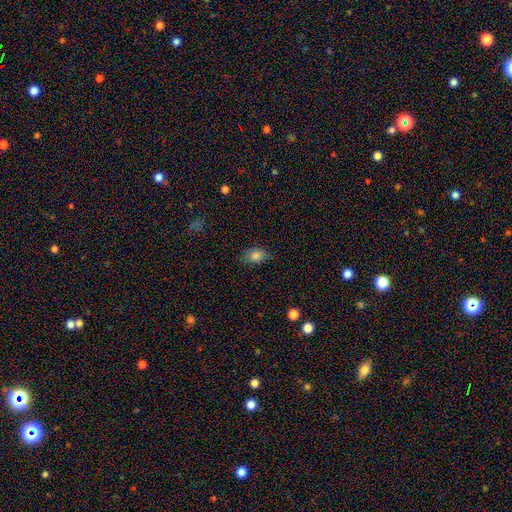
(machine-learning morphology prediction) Q: Smooth or featured?
A: smooth (82%); runner-up: star or artifact (11%)
Q: How rounded?
A: in between (67%); runner-up: round (32%)
Q: Merging?
A: none (79%); runner-up: minor disturbance (17%)